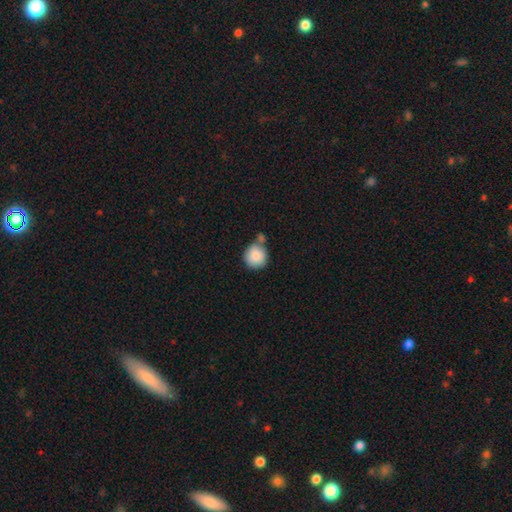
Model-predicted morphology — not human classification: The model was most divided on "merging": none: 55%, merger: 25%, minor disturbance: 16%, major disturbance: 4%. More confident: how rounded — round (92%); smooth or featured — smooth (86%).